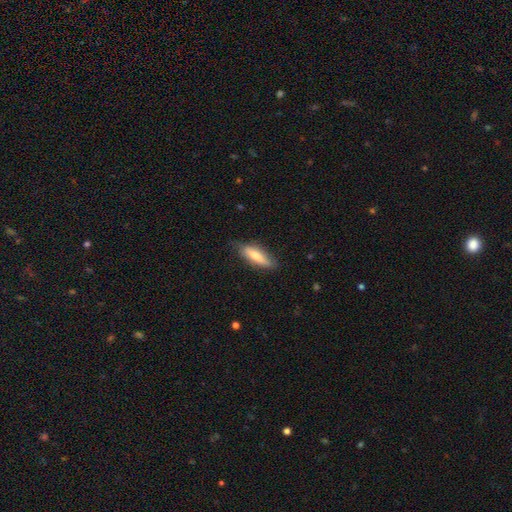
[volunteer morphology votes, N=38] This appears to be a smooth galaxy with no disk features (74%) that is cigar-shaped (54%). Merging: none (86%).